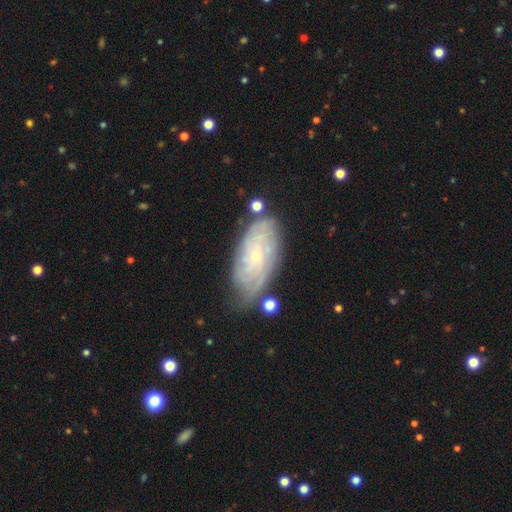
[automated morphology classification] smooth_or_featured: featured or disk (p=0.76) [alt: smooth p=0.17]
disk_edge_on: no (p=0.93) [alt: yes p=0.07]
bar: no (p=0.77) [alt: weak p=0.19]
has_spiral_arms: yes (p=0.92) [alt: no p=0.08]
spiral_winding: tight (p=0.74) [alt: medium p=0.21]
spiral_arm_count: can't tell (p=0.49) [alt: 4 p=0.17]
bulge_size: small (p=0.83) [alt: moderate p=0.13]
merging: none (p=0.71) [alt: minor disturbance p=0.20]